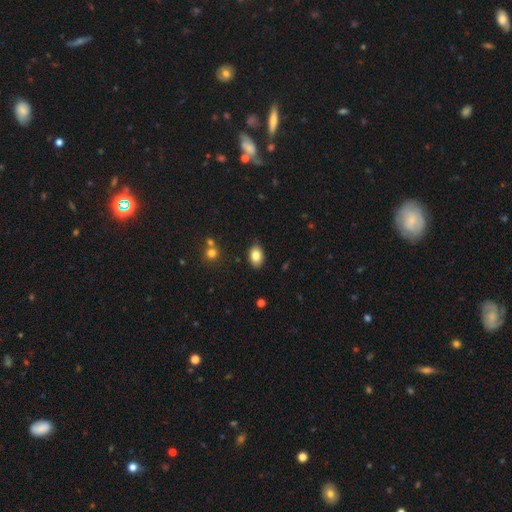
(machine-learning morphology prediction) smooth 82%, featured or disk 9%, star or artifact 8%. Down the decision tree: how rounded — in between (85%); merging — none (86%).